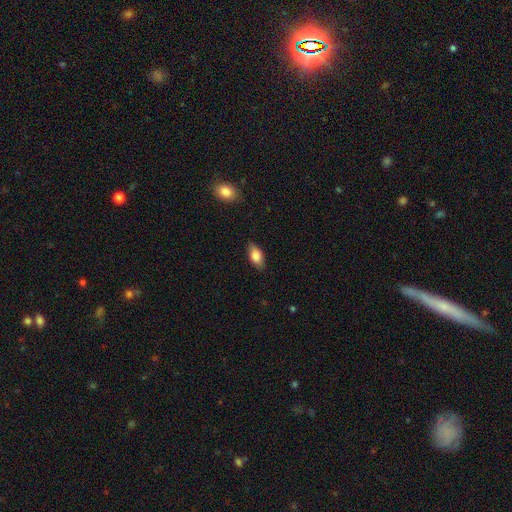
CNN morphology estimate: This is clearly a smooth galaxy (80%). How rounded: clearly in between (88%). Merging: clearly none (82%).